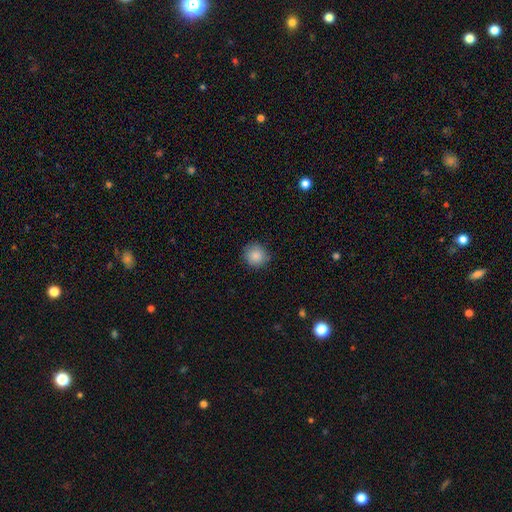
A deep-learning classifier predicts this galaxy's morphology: This is clearly a smooth galaxy (87%). How rounded: clearly round (91%). Merging: clearly none (87%).